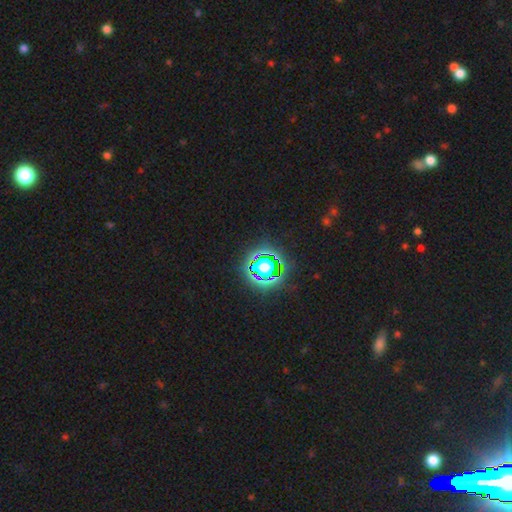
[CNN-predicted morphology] This is likely a star or artifact rather than a galaxy (77%).